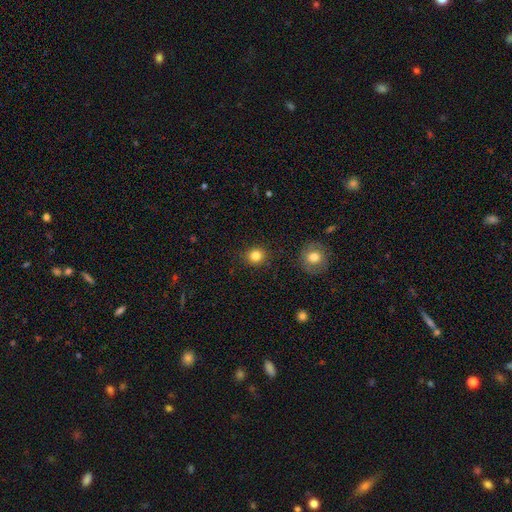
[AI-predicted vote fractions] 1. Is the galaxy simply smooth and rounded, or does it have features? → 82% smooth, 13% star or artifact, 5% featured or disk.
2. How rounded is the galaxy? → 89% round, 10% in between, 1% cigar-shaped.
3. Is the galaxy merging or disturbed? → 89% none, 8% minor disturbance, 2% major disturbance, 1% merger.